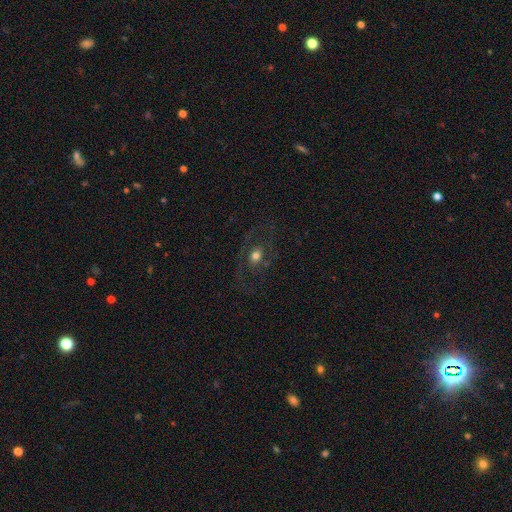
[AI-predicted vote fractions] The model was most divided on "spiral arms" (2-way tie): no: 50%, yes: 50%. More confident: edge-on disk — no (94%); bar — no (78%); bulge size — moderate (67%); merging — none (67%); smooth or featured — featured or disk (53%).